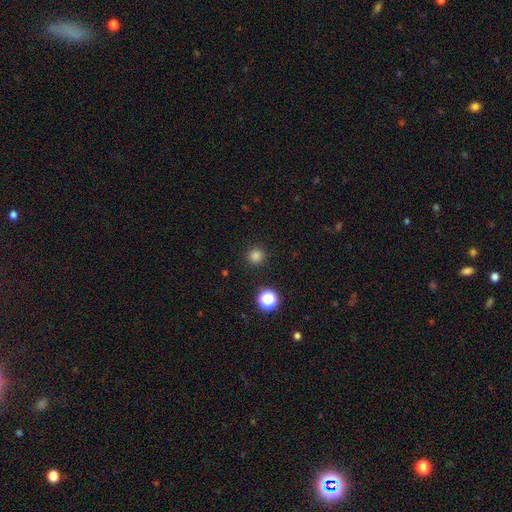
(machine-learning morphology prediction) Overall: smooth (82%). How rounded: round (95%). Merging: none (91%).